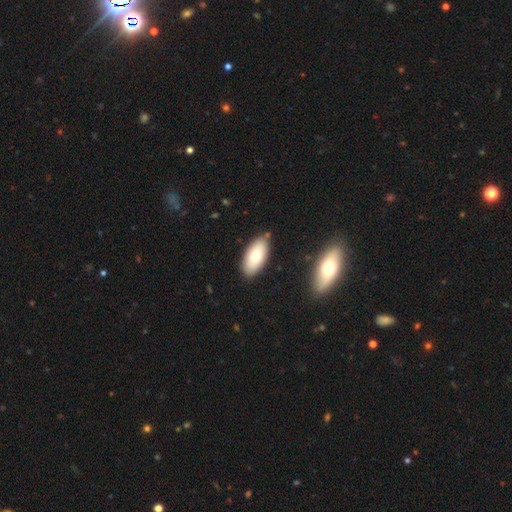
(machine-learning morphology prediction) Overall: smooth (70%). How rounded: in between (94%). Merging: none (84%).